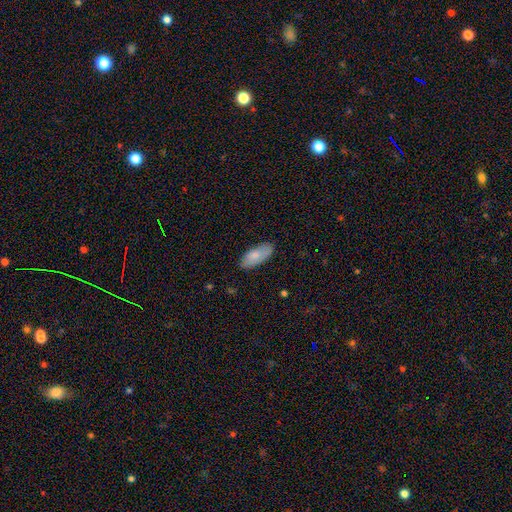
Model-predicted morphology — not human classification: This is clearly a smooth galaxy (83%). How rounded: clearly in between (86%). Merging: clearly none (83%).